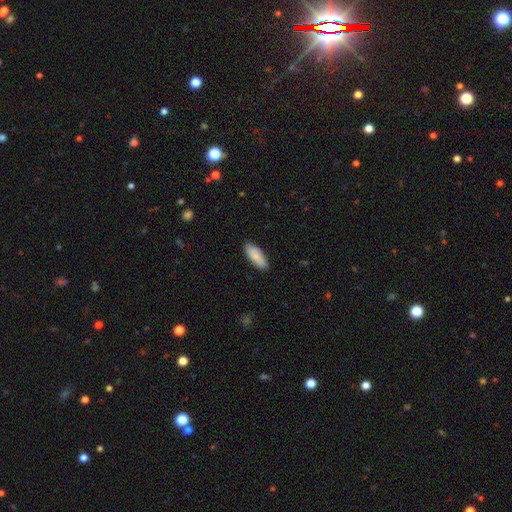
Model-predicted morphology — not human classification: Smooth or featured?
  - smooth: 84% *
  - featured or disk: 11%
  - star or artifact: 5%
How rounded?
  - in between: 77% *
  - cigar-shaped: 21%
  - round: 2%
Merging?
  - none: 87% *
  - minor disturbance: 10%
  - major disturbance: 2%
  - merger: 1%